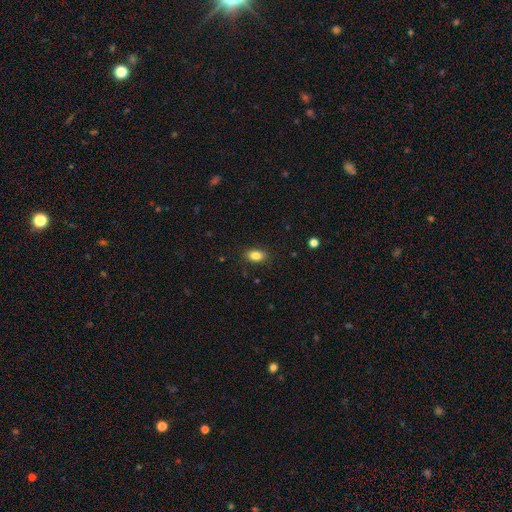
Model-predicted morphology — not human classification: This is clearly a smooth galaxy (84%). How rounded: clearly in between (87%). Merging: clearly none (86%).